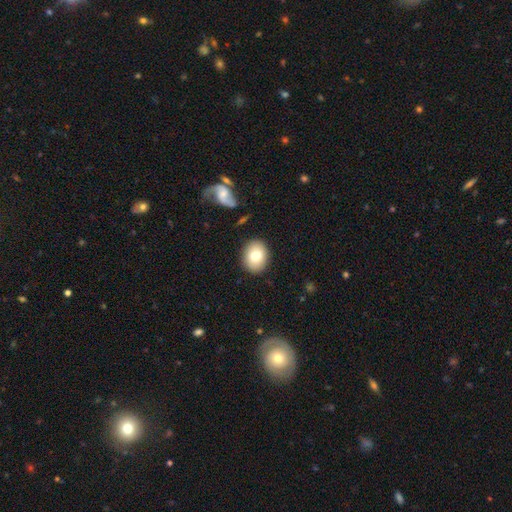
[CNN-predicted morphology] smooth 76%, featured or disk 15%, star or artifact 8%. Down the decision tree: how rounded — in between (51%); merging — none (87%).